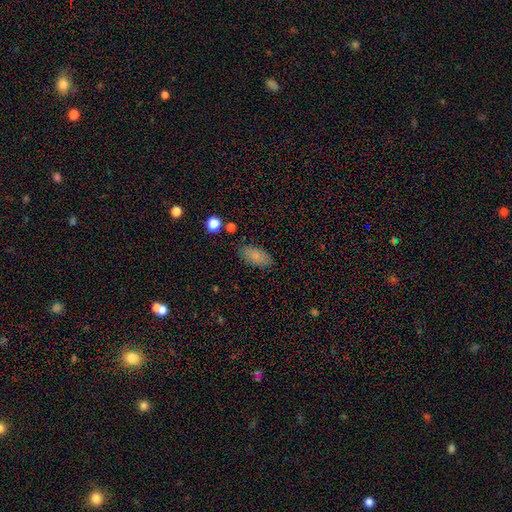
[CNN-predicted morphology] A smooth galaxy with no disk features (82%) that is in between round and cigar-shaped (90%).

Vote fractions:
- Smooth or featured? smooth: 82% / featured or disk: 10% / star or artifact: 9%
- How rounded? in between: 90% / cigar-shaped: 6% / round: 4%
- Merging? none: 82% / minor disturbance: 13% / major disturbance: 3% / merger: 2%